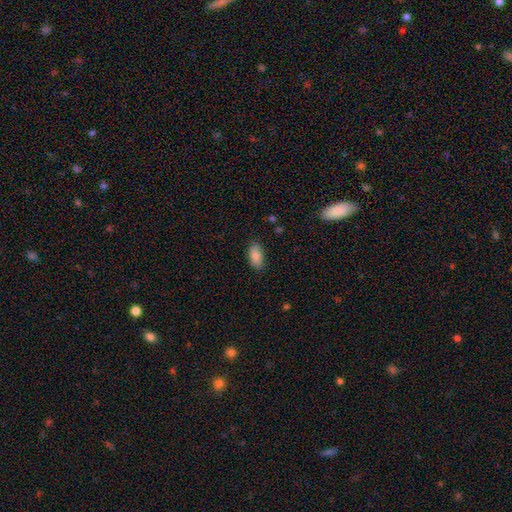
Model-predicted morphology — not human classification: smooth 86%, featured or disk 7%, star or artifact 7%. Down the decision tree: how rounded — in between (91%); merging — none (86%).